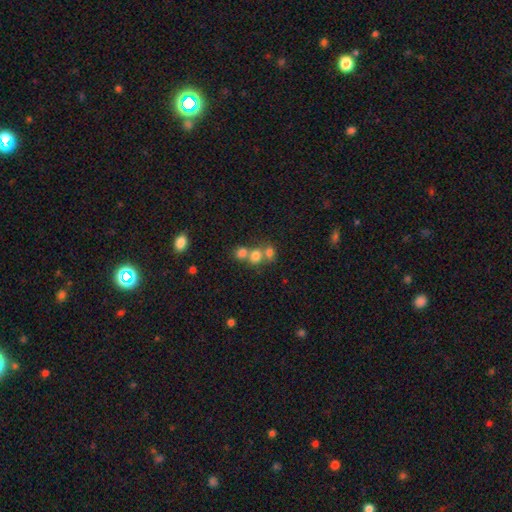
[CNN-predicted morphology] Q: Smooth or featured?
A: smooth (71%); runner-up: star or artifact (15%)
Q: How rounded?
A: round (68%); runner-up: in between (31%)
Q: Merging?
A: merger (53%); runner-up: none (36%)